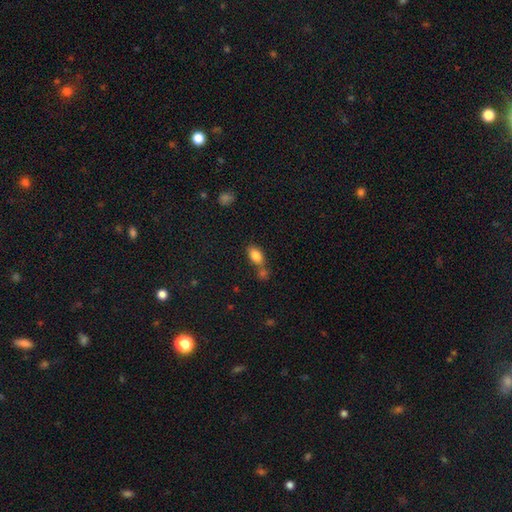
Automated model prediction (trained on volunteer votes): The model was most divided on "merging": none: 51%, merger: 32%, minor disturbance: 13%, major disturbance: 4%. More confident: how rounded — in between (88%); smooth or featured — smooth (83%).